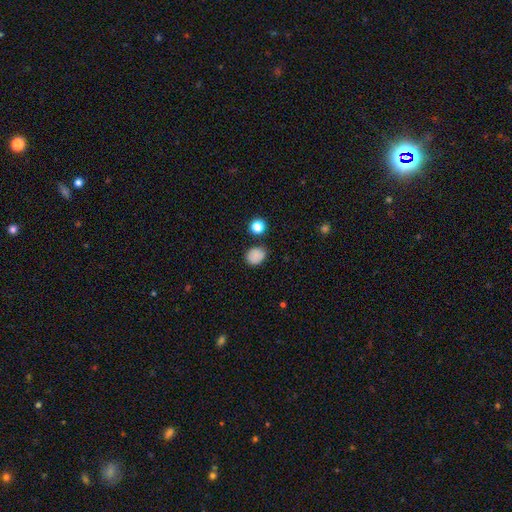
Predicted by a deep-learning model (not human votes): Morphology: type=smooth (85%); roundness=round (60%); merging=none (81%).